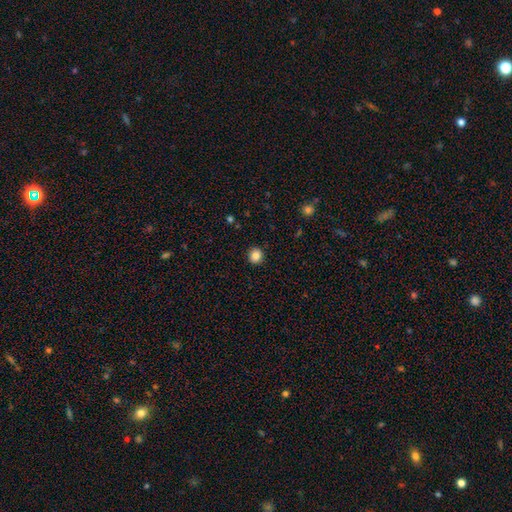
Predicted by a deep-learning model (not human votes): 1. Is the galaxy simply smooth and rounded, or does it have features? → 84% smooth, 11% star or artifact, 5% featured or disk.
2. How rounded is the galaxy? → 91% round, 8% in between, 1% cigar-shaped.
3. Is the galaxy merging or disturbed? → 92% none, 5% minor disturbance, 2% major disturbance, 1% merger.